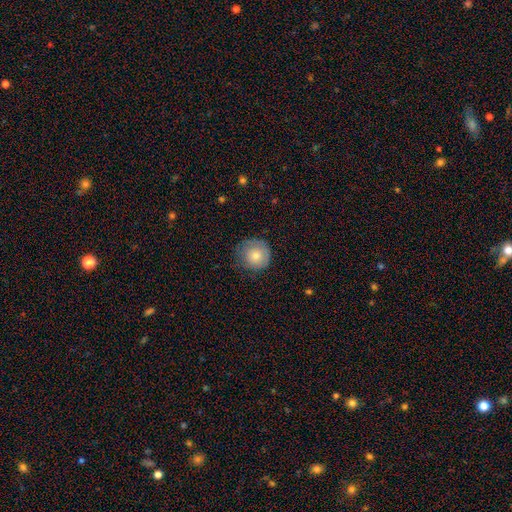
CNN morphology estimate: Smooth or featured?
  - smooth: 73% *
  - featured or disk: 19%
  - star or artifact: 8%
How rounded?
  - round: 93% *
  - in between: 6%
  - cigar-shaped: 1%
Merging?
  - none: 70% *
  - minor disturbance: 23%
  - major disturbance: 6%
  - merger: 1%